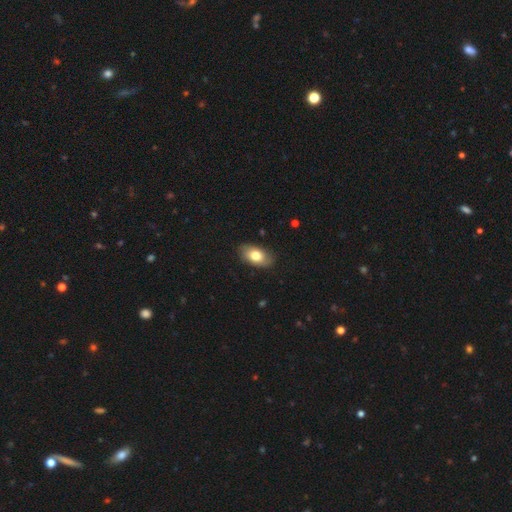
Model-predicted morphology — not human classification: Smooth or featured?
  - smooth: 76% *
  - featured or disk: 17%
  - star or artifact: 7%
How rounded?
  - in between: 92% *
  - round: 6%
  - cigar-shaped: 2%
Merging?
  - none: 85% *
  - minor disturbance: 12%
  - major disturbance: 2%
  - merger: 1%